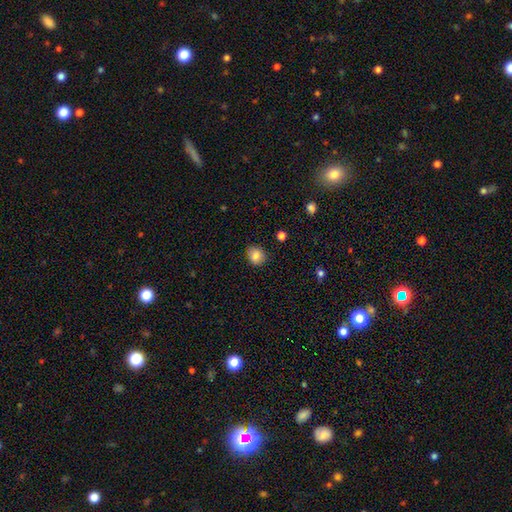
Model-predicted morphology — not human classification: type=smooth (84%); roundness=round (73%); merging=none (86%).